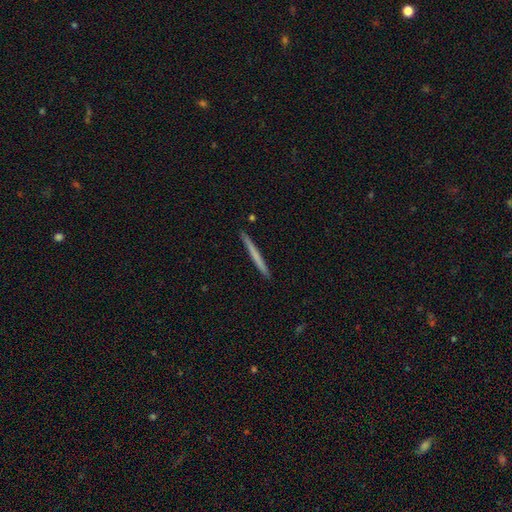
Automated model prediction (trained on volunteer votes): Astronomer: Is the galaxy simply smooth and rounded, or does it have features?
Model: smooth — 57% (runner-up: featured or disk, 37%).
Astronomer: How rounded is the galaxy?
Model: cigar-shaped — 97%.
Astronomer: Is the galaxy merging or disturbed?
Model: none — 92%.